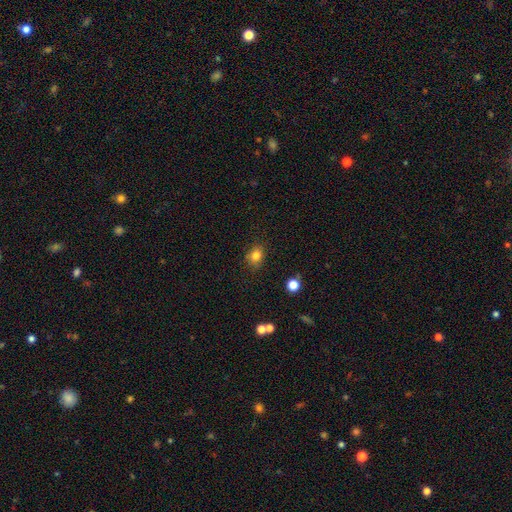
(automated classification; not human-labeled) smooth-or-featured: smooth: 81% | star or artifact: 12% | featured or disk: 6%
  how-rounded: round: 52% | in between: 47% | cigar-shaped: 1%
  merging: none: 82% | minor disturbance: 13% | major disturbance: 3% | merger: 2%